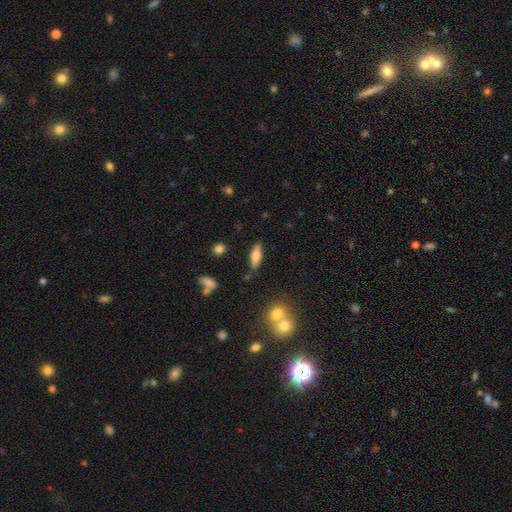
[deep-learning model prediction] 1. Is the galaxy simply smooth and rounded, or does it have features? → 62% smooth, 31% featured or disk, 7% star or artifact.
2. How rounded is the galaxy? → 58% in between, 40% cigar-shaped, 3% round.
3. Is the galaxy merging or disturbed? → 82% none, 11% minor disturbance, 4% merger, 3% major disturbance.